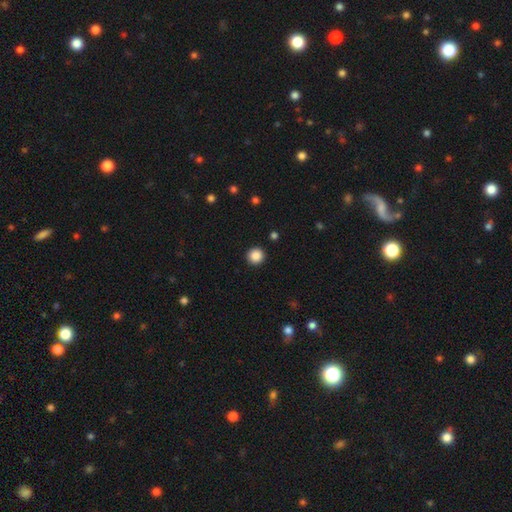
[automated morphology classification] A smooth galaxy with no disk features (87%) that is round (96%).

Vote fractions:
- Smooth or featured? smooth: 87% / star or artifact: 10% / featured or disk: 3%
- How rounded? round: 96% / in between: 4% / cigar-shaped: 1%
- Merging? none: 93% / minor disturbance: 4% / major disturbance: 2% / merger: 1%